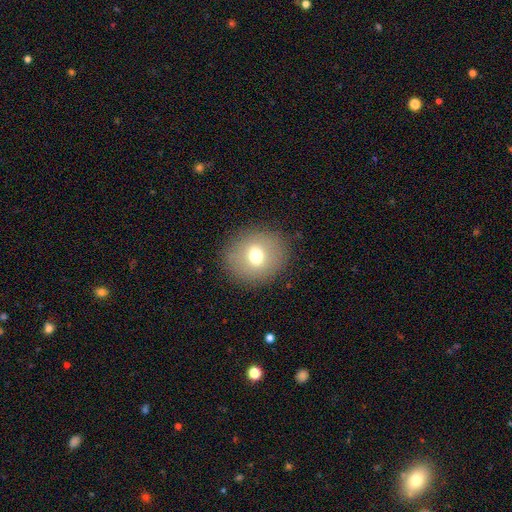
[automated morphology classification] smooth-or-featured: smooth: 67% | featured or disk: 21% | star or artifact: 12%
  how-rounded: round: 80% | in between: 18% | cigar-shaped: 1%
  merging: none: 87% | minor disturbance: 8% | major disturbance: 4% | merger: 1%